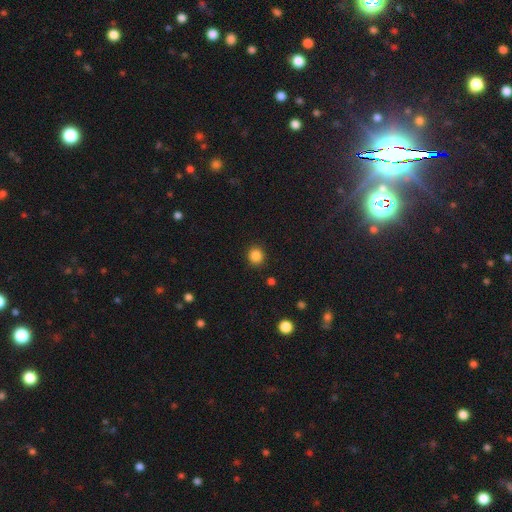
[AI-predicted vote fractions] smooth 85%, star or artifact 11%, featured or disk 4%. Down the decision tree: how rounded — round (86%); merging — none (90%).